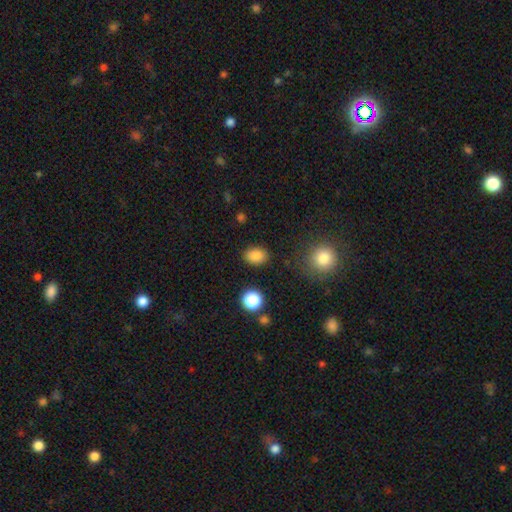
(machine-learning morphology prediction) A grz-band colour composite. It shows a smooth galaxy with no disk features (85%) that is in between round and cigar-shaped (71%). Merging: none (86%).